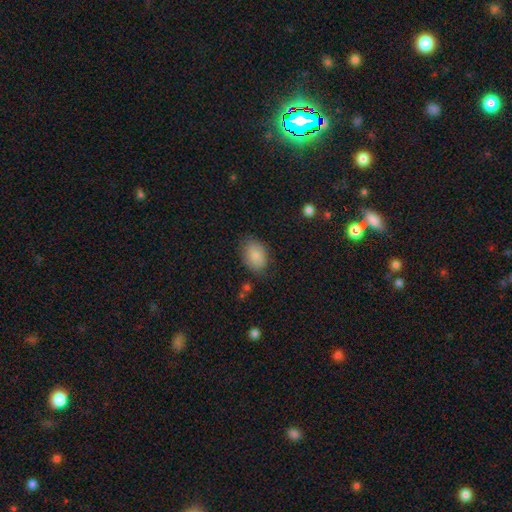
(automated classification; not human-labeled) Smooth or featured? smooth (85%)
How rounded? in between (81%)
Merging? none (77%)